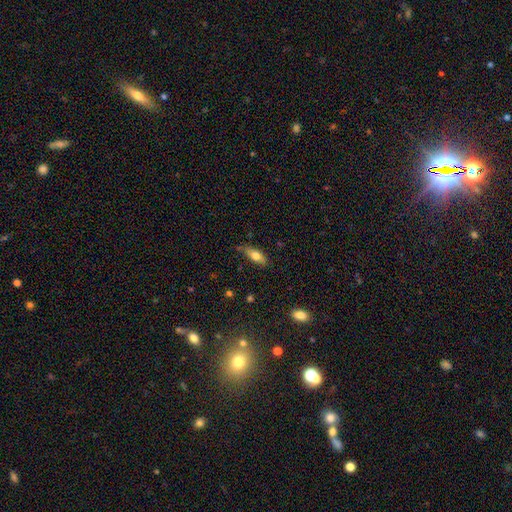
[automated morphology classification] The model was most divided on "how rounded": in between: 71%, cigar-shaped: 26%, round: 3%. More confident: merging — none (70%); smooth or featured — smooth (70%).